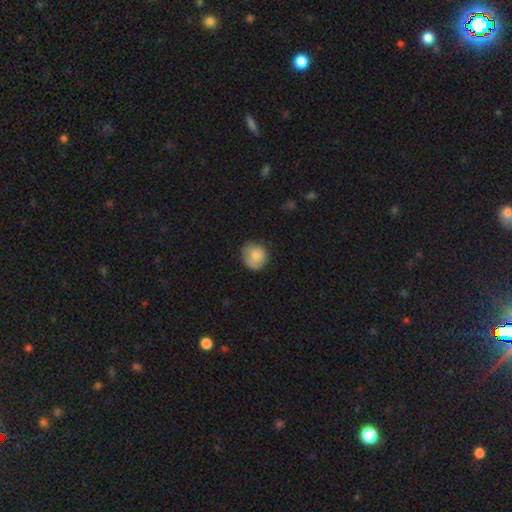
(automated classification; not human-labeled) Morphology: type=smooth (77%); roundness=round (85%); merging=none (68%).